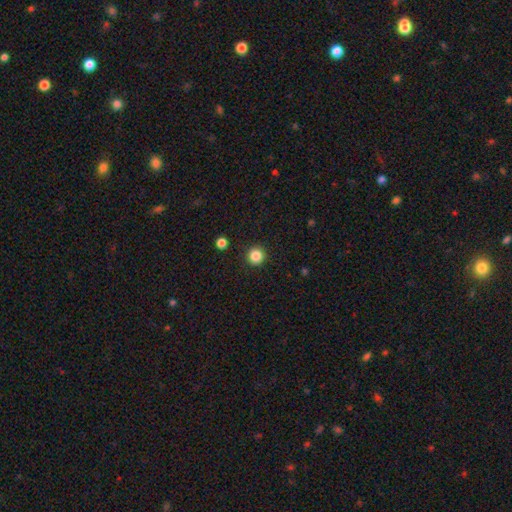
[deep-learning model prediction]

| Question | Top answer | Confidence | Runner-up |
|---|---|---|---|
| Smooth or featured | smooth | 86% | star or artifact (11%) |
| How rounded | round | 95% | in between (5%) |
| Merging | none | 92% | minor disturbance (5%) |